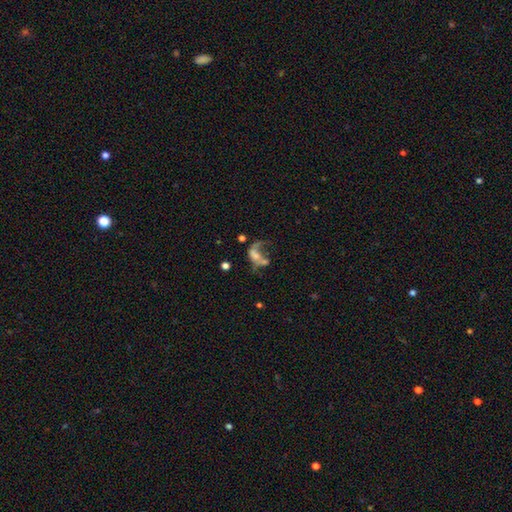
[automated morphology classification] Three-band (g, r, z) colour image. It shows a featured or disk galaxy (52%). Merging: major disturbance (44%).